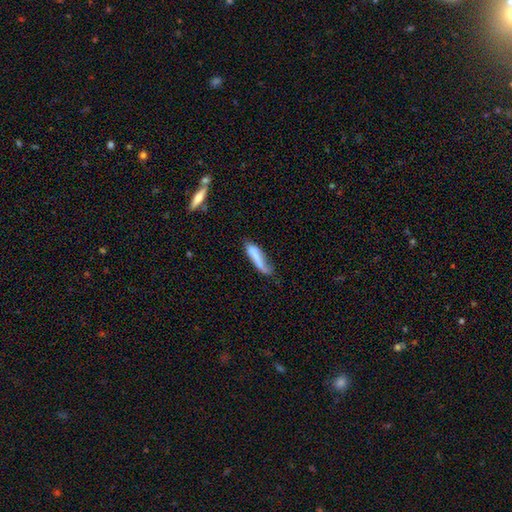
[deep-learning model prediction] Q: Smooth or featured?
A: smooth (70%); runner-up: featured or disk (23%)
Q: How rounded?
A: cigar-shaped (69%); runner-up: in between (29%)
Q: Merging?
A: none (39%); runner-up: minor disturbance (34%)